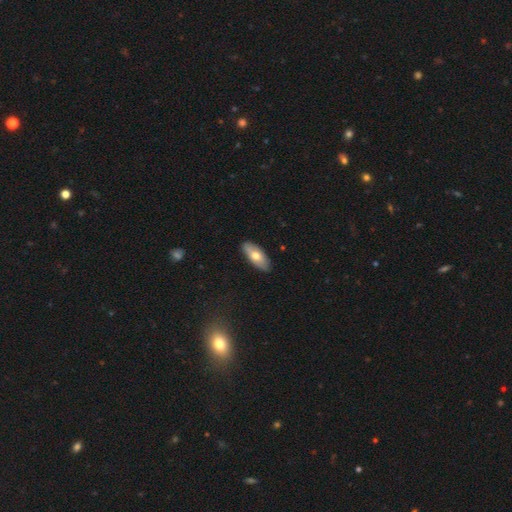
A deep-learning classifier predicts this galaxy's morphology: The model was most divided on "smooth or featured": smooth: 65%, featured or disk: 29%, star or artifact: 6%. More confident: merging — none (87%); how rounded — in between (83%).